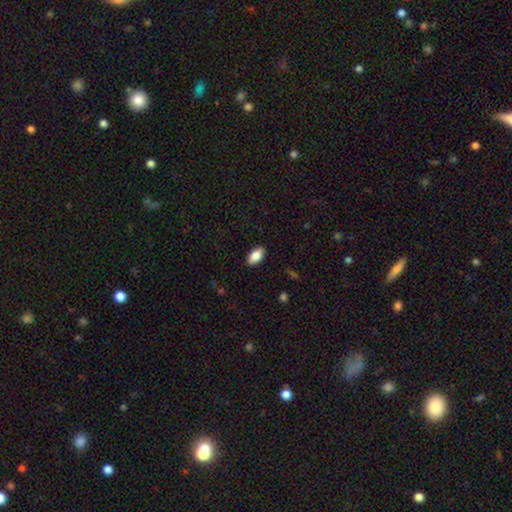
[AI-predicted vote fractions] Smooth or featured? smooth (84%)
How rounded? in between (93%)
Merging? none (88%)